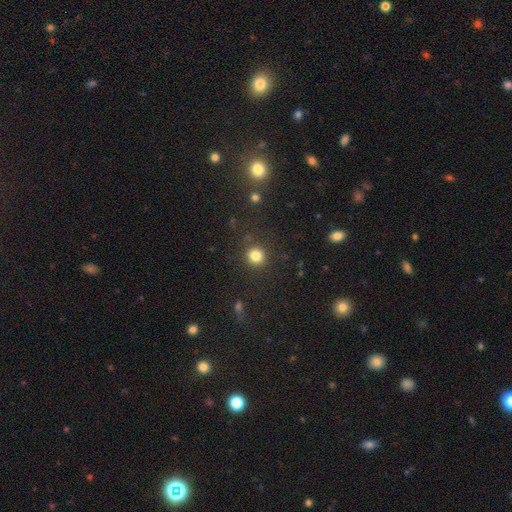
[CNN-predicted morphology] A smooth galaxy with no disk features (82%) that is round (92%). Merging: none (87%).